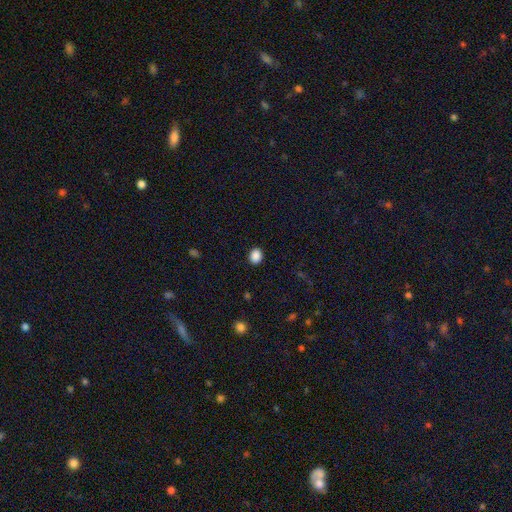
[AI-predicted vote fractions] Q: Smooth or featured?
A: smooth (88%); runner-up: star or artifact (9%)
Q: How rounded?
A: round (57%); runner-up: in between (43%)
Q: Merging?
A: none (90%); runner-up: minor disturbance (7%)